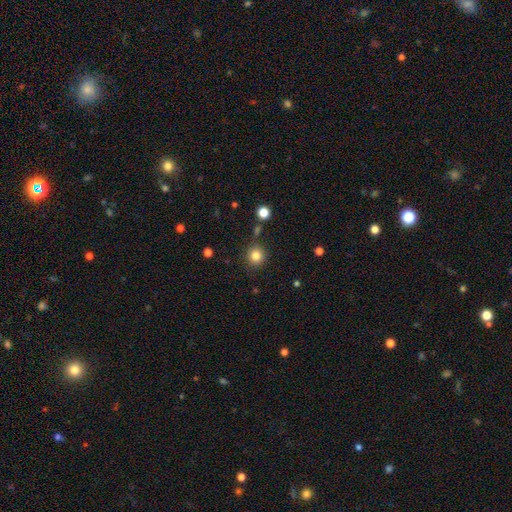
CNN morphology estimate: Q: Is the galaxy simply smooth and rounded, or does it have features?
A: smooth — 83%.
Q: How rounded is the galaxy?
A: round — 91%.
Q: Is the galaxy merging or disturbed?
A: none — 84%.